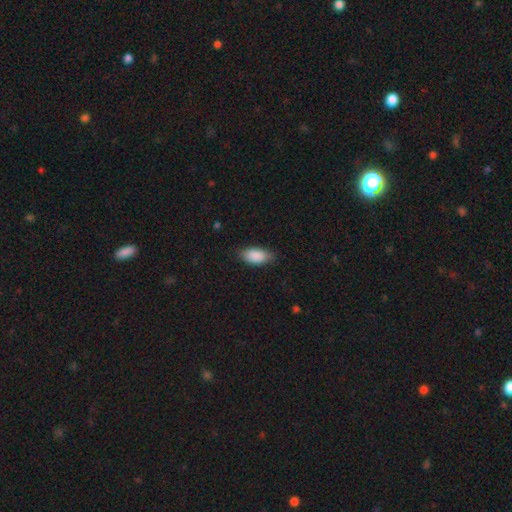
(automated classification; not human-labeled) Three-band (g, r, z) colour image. It shows a smooth galaxy with no disk features (89%) that is in between round and cigar-shaped (91%). Merging: none (79%).